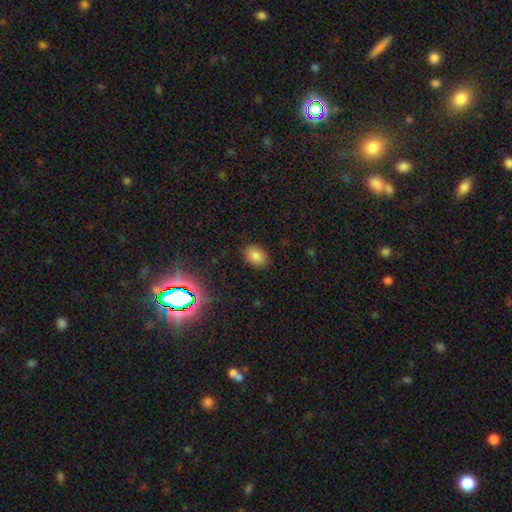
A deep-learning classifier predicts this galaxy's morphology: Smooth or featured? Predicted: smooth (p=0.83). How rounded? Predicted: in between (p=0.78). Merging? Predicted: none (p=0.86).